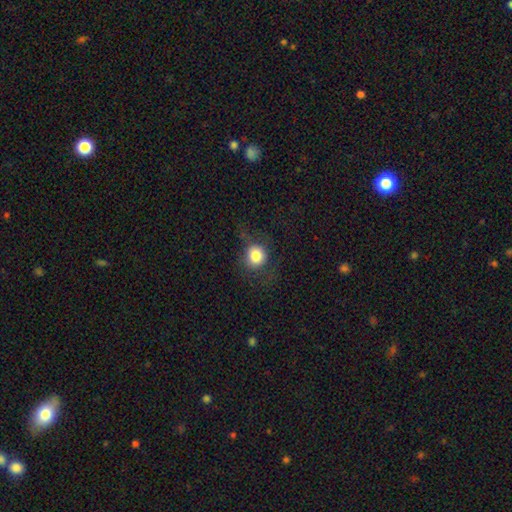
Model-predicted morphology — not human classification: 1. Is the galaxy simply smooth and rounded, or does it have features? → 80% smooth, 11% star or artifact, 9% featured or disk.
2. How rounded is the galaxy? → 87% round, 12% in between, 1% cigar-shaped.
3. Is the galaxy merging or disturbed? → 73% none, 16% minor disturbance, 10% major disturbance, 1% merger.